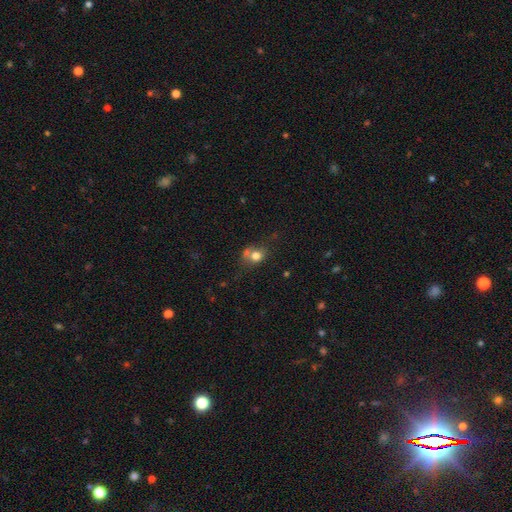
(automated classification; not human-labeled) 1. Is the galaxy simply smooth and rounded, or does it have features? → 75% smooth, 13% featured or disk, 12% star or artifact.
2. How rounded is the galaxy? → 65% round, 34% in between, 1% cigar-shaped.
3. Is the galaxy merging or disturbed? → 44% none, 31% merger, 17% minor disturbance, 8% major disturbance.